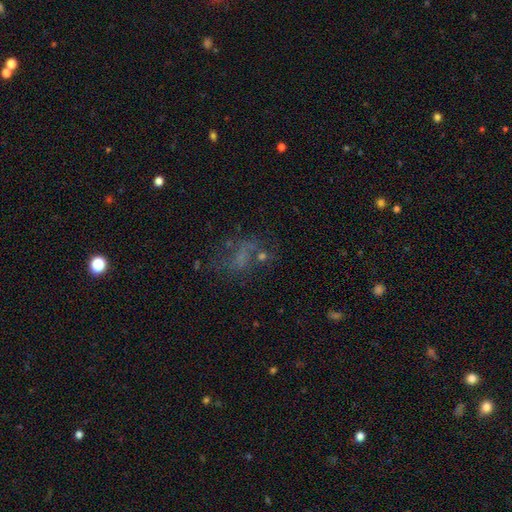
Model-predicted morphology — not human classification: type=smooth (36%); merging=none (46%).